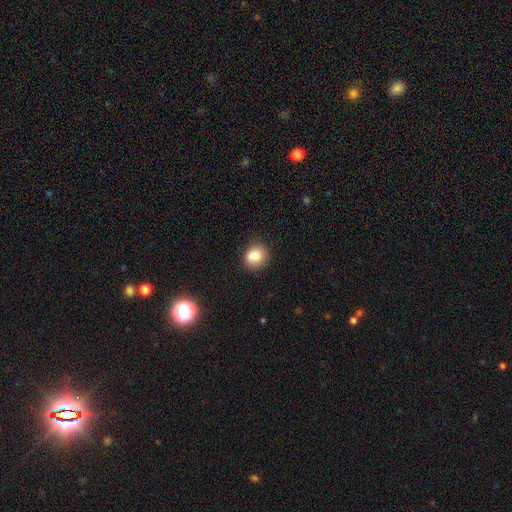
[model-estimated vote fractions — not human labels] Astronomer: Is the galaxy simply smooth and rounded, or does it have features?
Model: smooth — 79%.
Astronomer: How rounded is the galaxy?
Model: round — 79%.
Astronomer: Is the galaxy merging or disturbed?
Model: none — 68%.